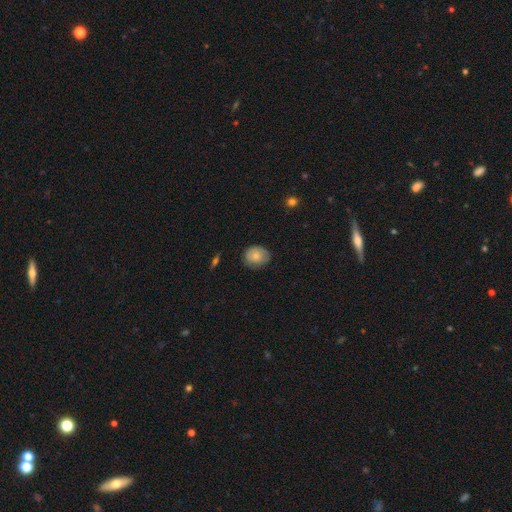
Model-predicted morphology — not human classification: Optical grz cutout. It shows a smooth galaxy with no disk features (77%) that is round (66%). Merging: none (74%).